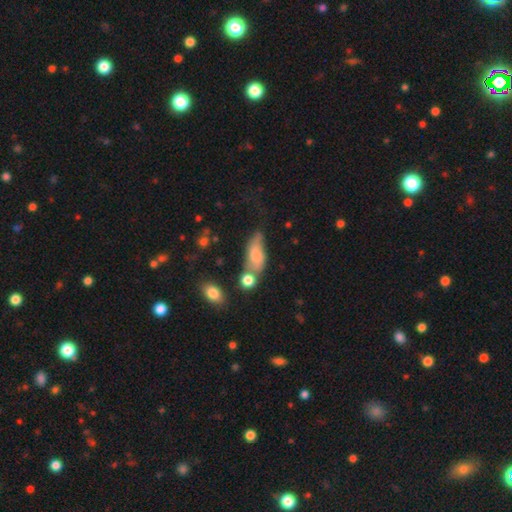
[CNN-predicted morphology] Smooth or featured?
  - smooth: 64% *
  - featured or disk: 27%
  - star or artifact: 9%
How rounded?
  - in between: 77% *
  - cigar-shaped: 17%
  - round: 6%
Merging?
  - none: 36% *
  - minor disturbance: 28%
  - merger: 21%
  - major disturbance: 15%